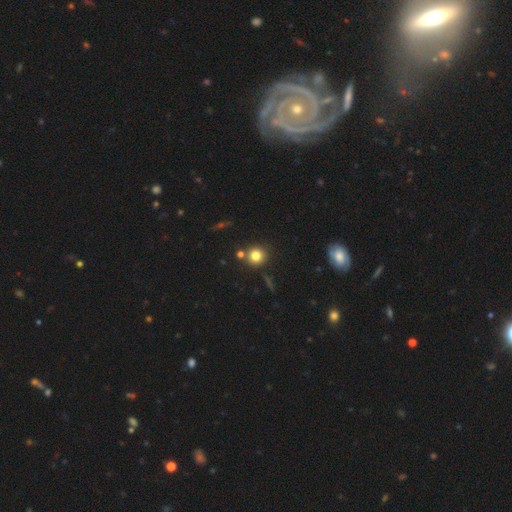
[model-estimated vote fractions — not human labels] smooth_or_featured: smooth (p=0.78) [alt: star or artifact p=0.13]
how_rounded: round (p=0.90) [alt: in between p=0.09]
merging: none (p=0.77) [alt: merger p=0.12]